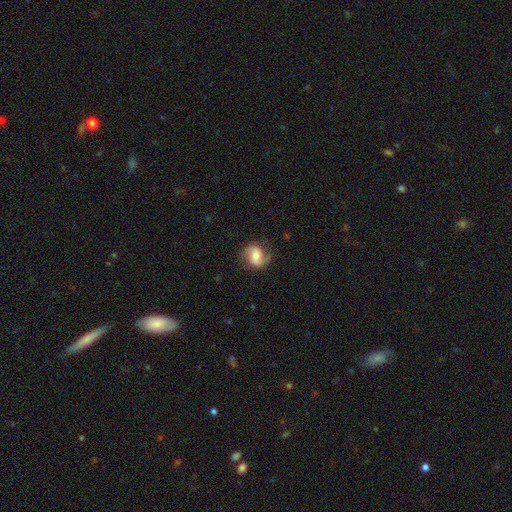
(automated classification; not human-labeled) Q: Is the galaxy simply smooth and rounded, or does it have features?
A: featured or disk — 62%.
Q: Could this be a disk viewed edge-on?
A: no — 97%.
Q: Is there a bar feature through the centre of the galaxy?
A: no — 42%.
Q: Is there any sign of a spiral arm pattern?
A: yes — 92%.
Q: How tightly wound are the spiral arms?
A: loose — 42%.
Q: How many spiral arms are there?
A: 2 — 87%.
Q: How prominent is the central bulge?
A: moderate — 48%.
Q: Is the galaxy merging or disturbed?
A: none — 75%.